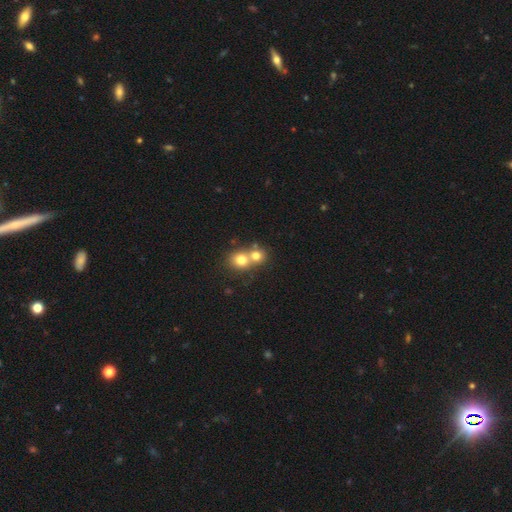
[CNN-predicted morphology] Smooth or featured? Predicted: smooth (p=0.73). How rounded? Predicted: round (p=0.79). Merging? Predicted: merger (p=0.62).